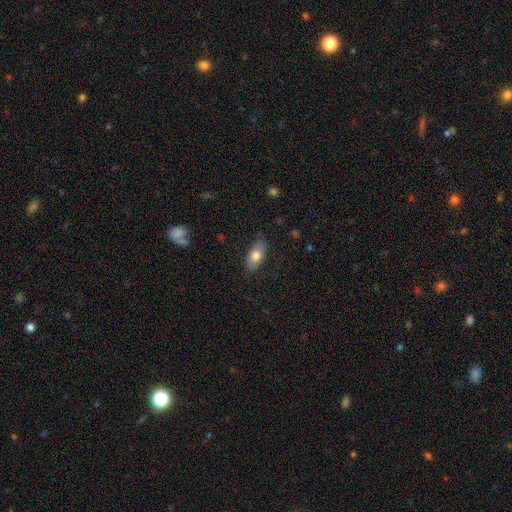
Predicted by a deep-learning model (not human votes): Q: Smooth or featured?
A: smooth (76%); runner-up: featured or disk (17%)
Q: How rounded?
A: in between (89%); runner-up: cigar-shaped (7%)
Q: Merging?
A: none (82%); runner-up: minor disturbance (14%)